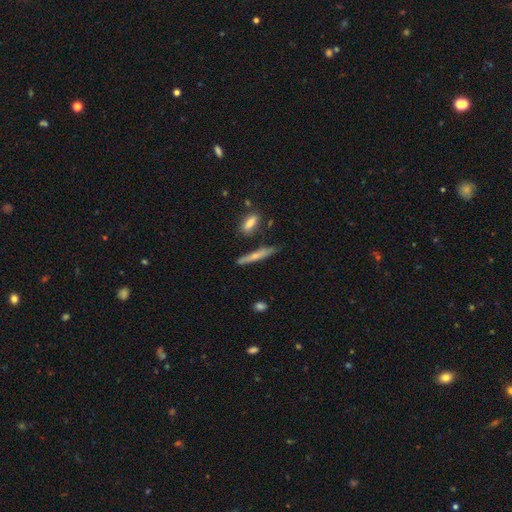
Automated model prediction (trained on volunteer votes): A smooth galaxy with no disk features (55%) that is cigar-shaped (91%). Merging: none (77%).